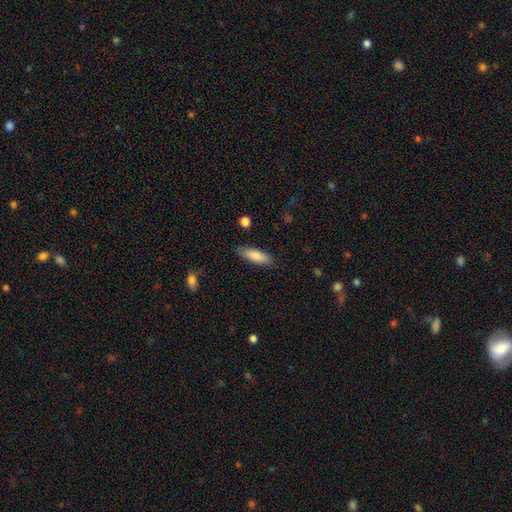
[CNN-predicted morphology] This is clearly a smooth galaxy (84%). How rounded: possibly in between (52%). Merging: clearly none (85%).